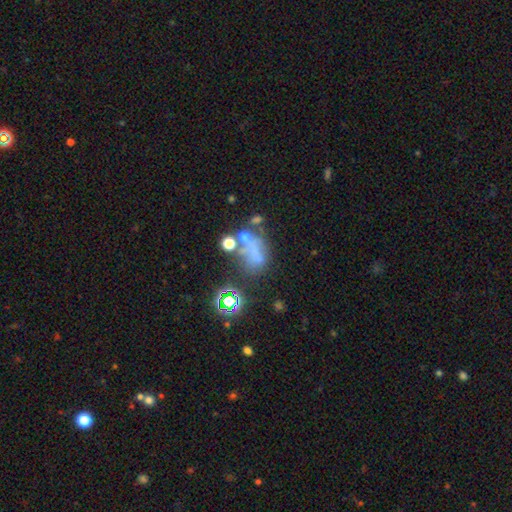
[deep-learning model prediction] Smooth or featured: smooth — 40% (star or artifact — 30%)
Merging: none — 30% (major disturbance — 28%)